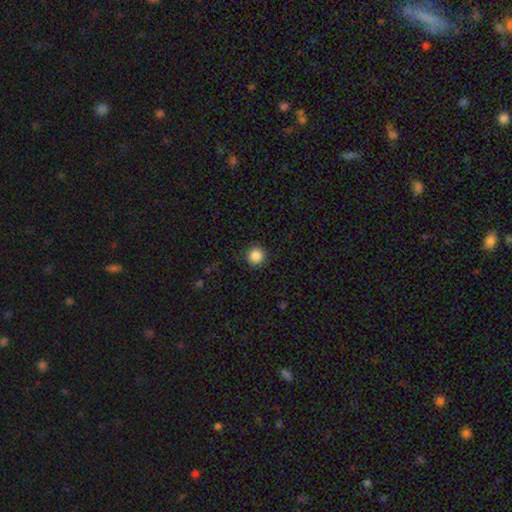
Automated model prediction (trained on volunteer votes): A smooth galaxy with no disk features (87%) that is round (94%). Merging: none (91%).